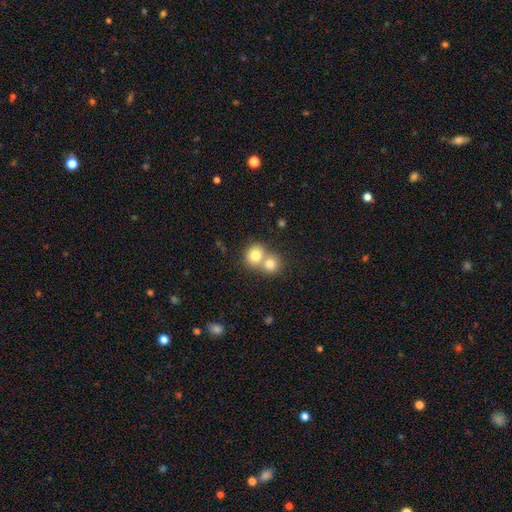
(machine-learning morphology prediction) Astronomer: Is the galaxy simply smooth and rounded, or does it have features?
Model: smooth — 78%.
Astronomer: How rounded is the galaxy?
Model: round — 78%.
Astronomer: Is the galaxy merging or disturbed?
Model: merger — 59% (runner-up: none, 34%).